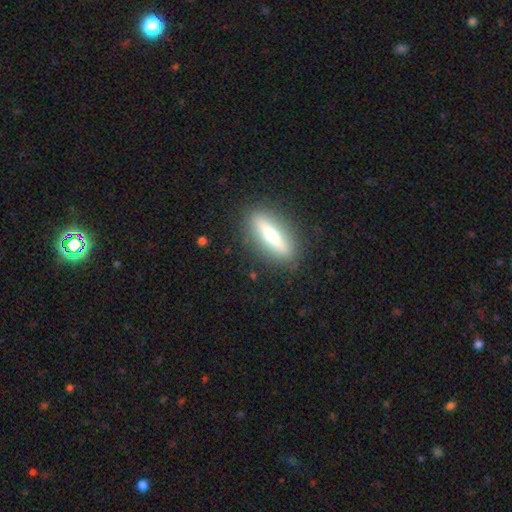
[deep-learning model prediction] Overall: smooth (48%; featured or disk 42%). Merging: none (89%).